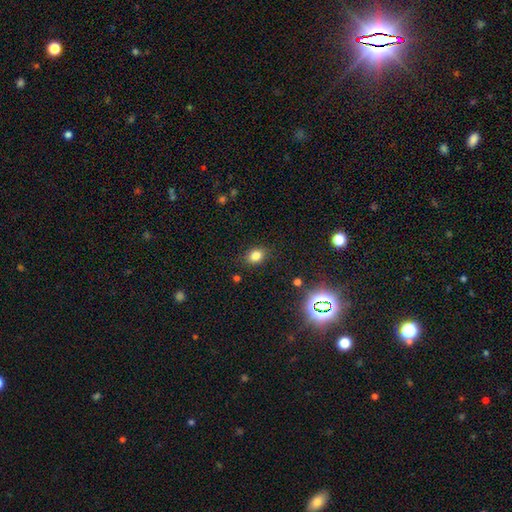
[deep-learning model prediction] smooth-or-featured: smooth: 80% | star or artifact: 13% | featured or disk: 7%
  how-rounded: in between: 61% | round: 38% | cigar-shaped: 1%
  merging: none: 85% | minor disturbance: 11% | major disturbance: 3% | merger: 2%